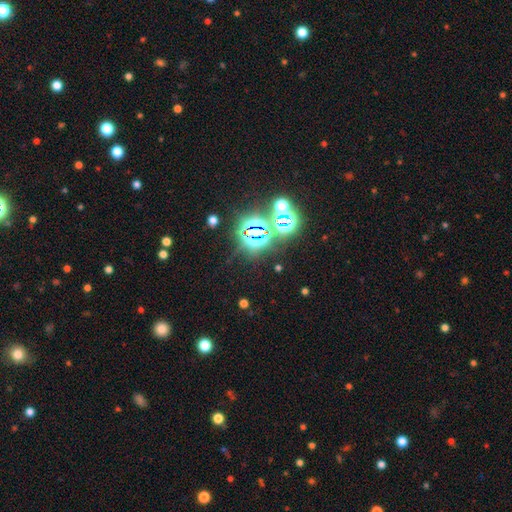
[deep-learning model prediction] Q: Smooth or featured?
A: star or artifact (80%); runner-up: smooth (12%)